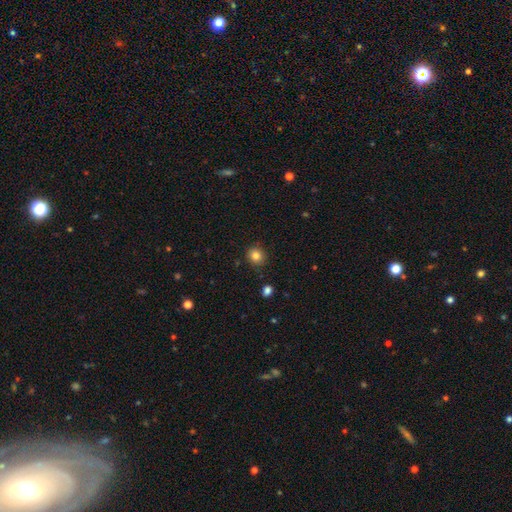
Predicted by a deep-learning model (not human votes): Smooth or featured: smooth — 83% (star or artifact — 11%)
How rounded: round — 84% (in between — 15%)
Merging: none — 87% (minor disturbance — 9%)